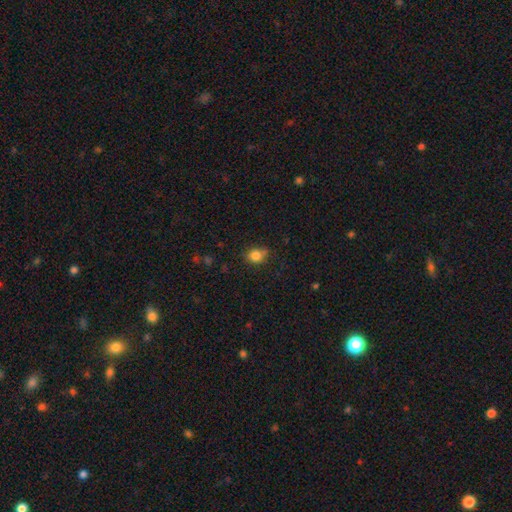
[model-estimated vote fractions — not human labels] The model was most divided on "merging": none: 63%, minor disturbance: 26%, major disturbance: 6%, merger: 5%. More confident: smooth or featured — smooth (82%); how rounded — round (69%).